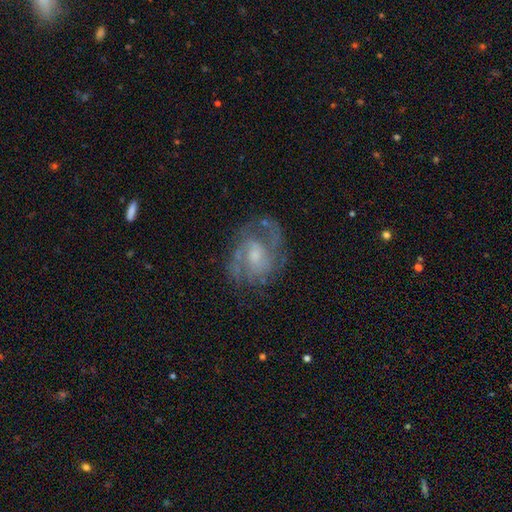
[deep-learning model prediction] featured or disk 82%, smooth 11%, star or artifact 7%. Down the decision tree: edge-on disk — no (97%); bar — no (55%); spiral arms — yes (91%); spiral arm count — 2 (57%); spiral winding — medium (51%); bulge size — small (47%); merging — none (67%).